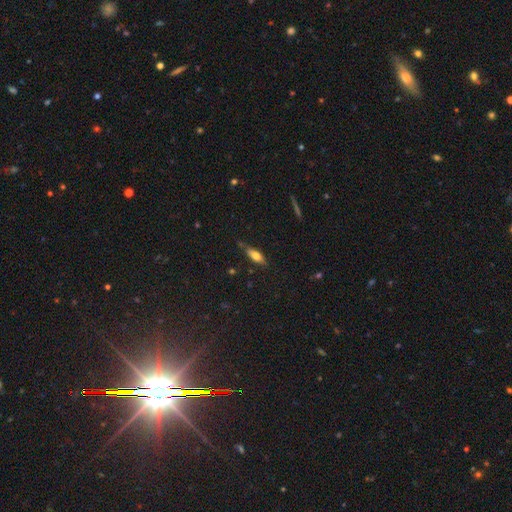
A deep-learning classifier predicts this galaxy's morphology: smooth_or_featured: smooth (p=0.59) [alt: featured or disk p=0.32]
how_rounded: in between (p=0.56) [alt: cigar-shaped p=0.41]
merging: none (p=0.74) [alt: minor disturbance p=0.20]